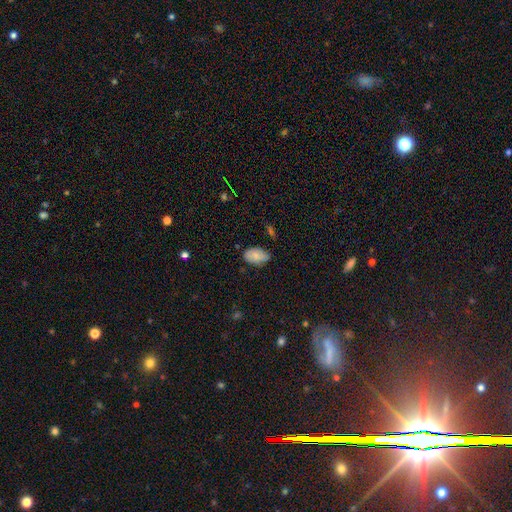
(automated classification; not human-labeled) Overall: smooth (81%). How rounded: in between (93%). Merging: none (69%).